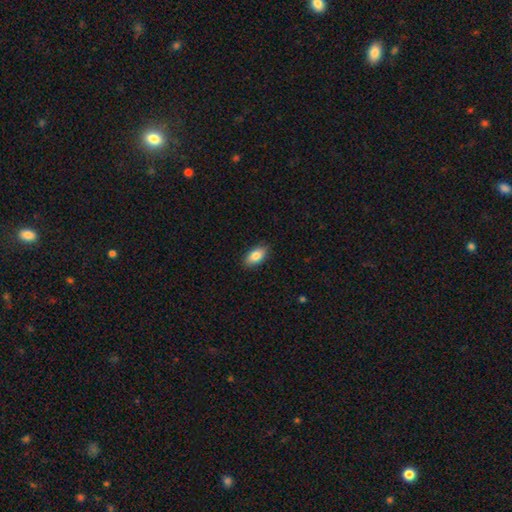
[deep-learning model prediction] Smooth or featured? smooth (84%)
How rounded? in between (91%)
Merging? none (88%)